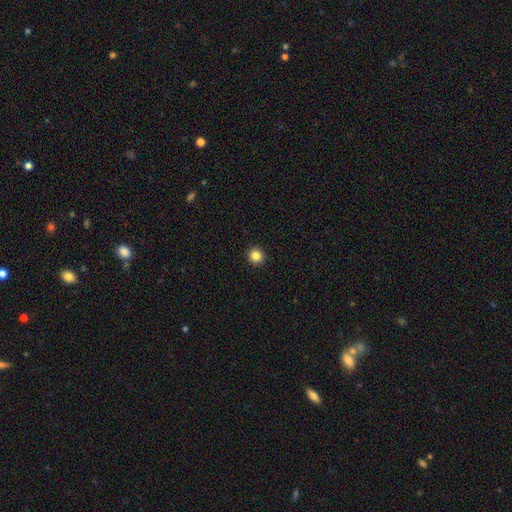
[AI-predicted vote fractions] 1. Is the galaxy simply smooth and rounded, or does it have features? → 85% smooth, 11% star or artifact, 4% featured or disk.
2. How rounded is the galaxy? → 94% round, 5% in between, 1% cigar-shaped.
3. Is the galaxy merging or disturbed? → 93% none, 4% minor disturbance, 1% major disturbance, 1% merger.